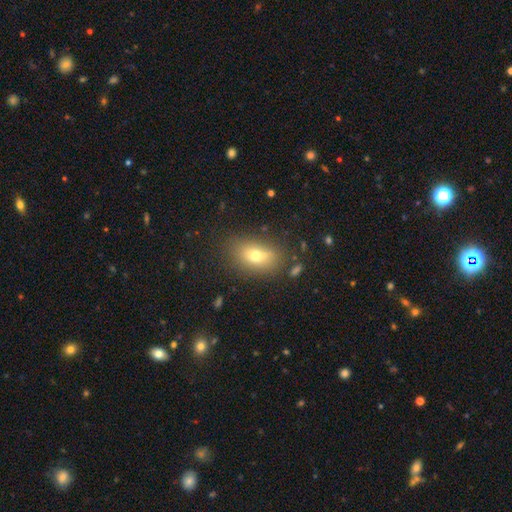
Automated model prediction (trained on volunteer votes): Overall: smooth (68%). How rounded: in between (79%). Merging: none (73%).